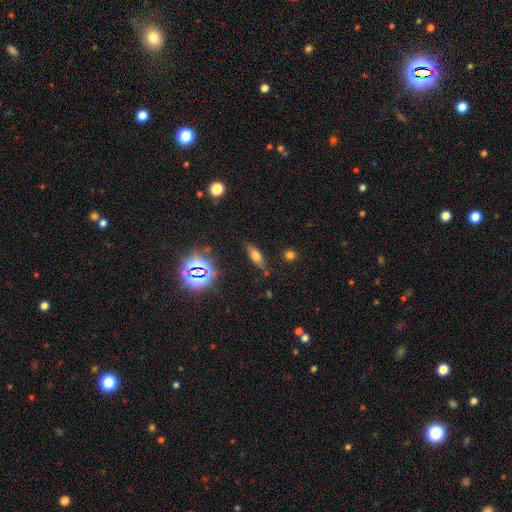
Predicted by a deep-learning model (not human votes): Smooth or featured? Predicted: smooth (p=0.57). How rounded? Predicted: in between (p=0.61). Merging? Predicted: none (p=0.77).